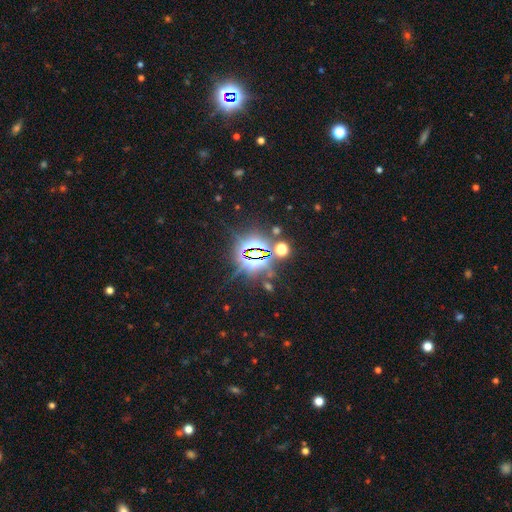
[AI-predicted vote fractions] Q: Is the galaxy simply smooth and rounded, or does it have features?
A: star or artifact — 79%.